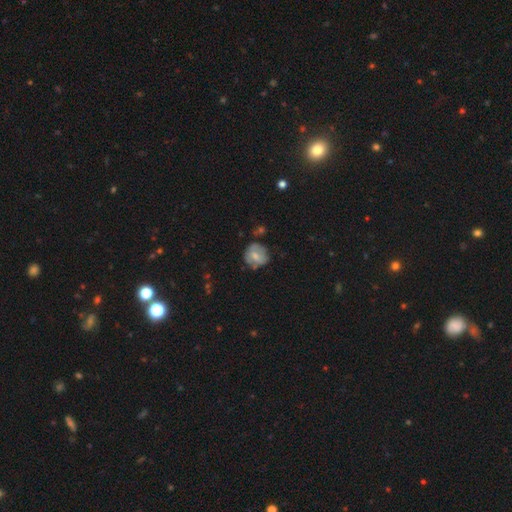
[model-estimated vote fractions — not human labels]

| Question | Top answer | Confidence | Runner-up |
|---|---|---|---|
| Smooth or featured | smooth | 63% | featured or disk (29%) |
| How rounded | round | 79% | in between (20%) |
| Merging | none | 61% | minor disturbance (27%) |